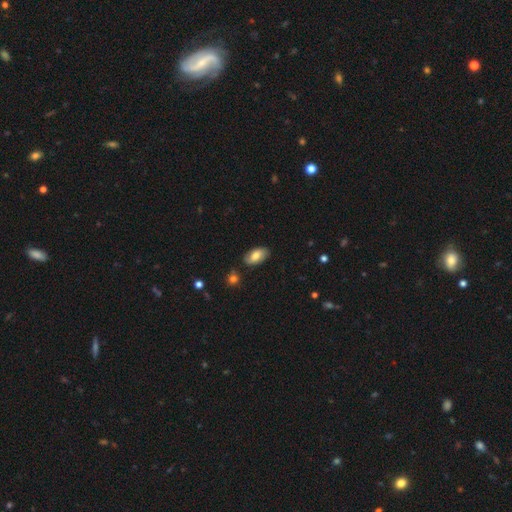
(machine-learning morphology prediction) smooth-or-featured: smooth: 72% | featured or disk: 21% | star or artifact: 7%
  how-rounded: in between: 94% | round: 4% | cigar-shaped: 2%
  merging: none: 81% | minor disturbance: 14% | major disturbance: 3% | merger: 2%